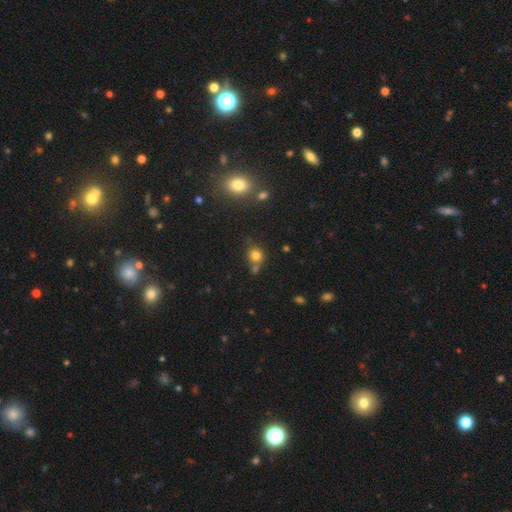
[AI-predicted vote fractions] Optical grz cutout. It shows a smooth galaxy with no disk features (77%) that is round (80%). Merging: none (59%).